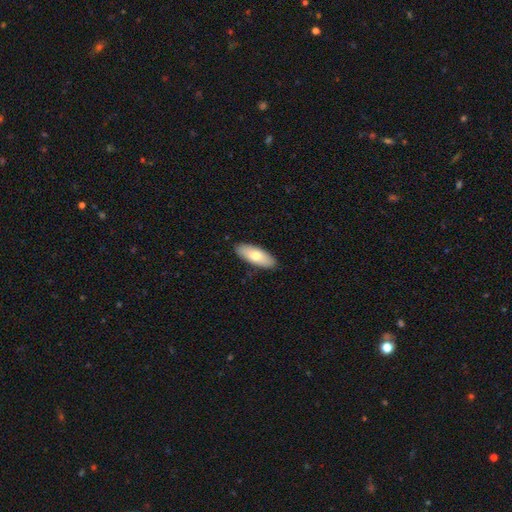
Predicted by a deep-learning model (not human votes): Overall: smooth (74%). How rounded: in between (78%). Merging: none (89%).